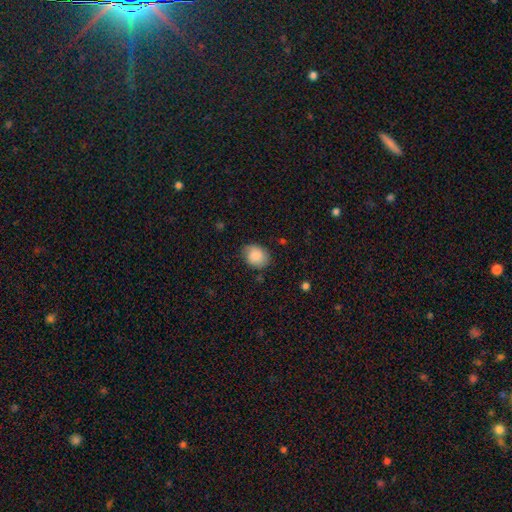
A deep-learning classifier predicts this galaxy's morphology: Overall: smooth (83%). How rounded: in between (50%; round 49%). Merging: none (73%).